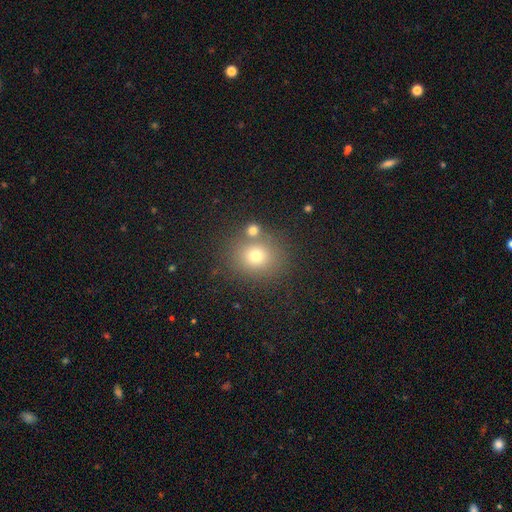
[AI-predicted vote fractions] smooth-or-featured: smooth: 72% | star or artifact: 17% | featured or disk: 11%
  how-rounded: round: 78% | in between: 21% | cigar-shaped: 1%
  merging: none: 73% | merger: 14% | minor disturbance: 9% | major disturbance: 4%